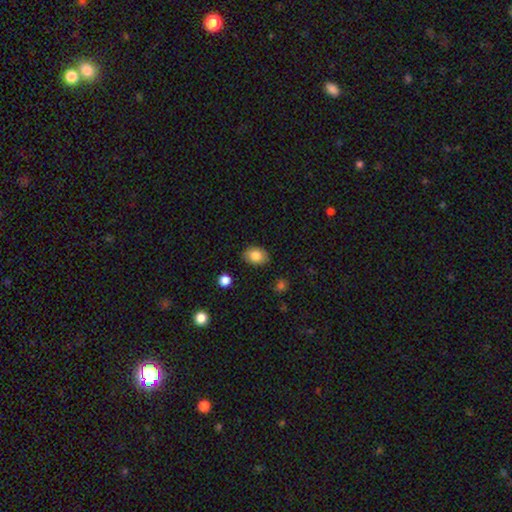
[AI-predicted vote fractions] A smooth galaxy with no disk features (83%) that is in between round and cigar-shaped (69%). Merging: none (85%).